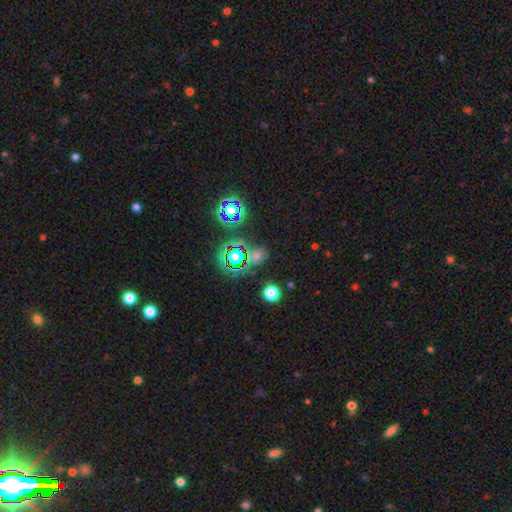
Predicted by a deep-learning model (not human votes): Overall: star or artifact (61%; smooth 30%).